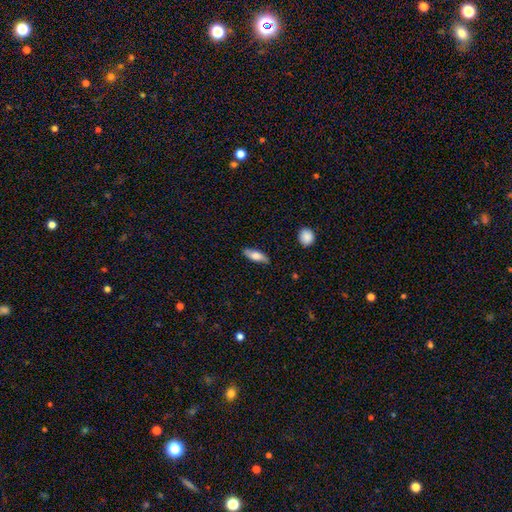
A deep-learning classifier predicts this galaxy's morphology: Smooth or featured: smooth — 70% (featured or disk — 24%)
How rounded: in between — 64% (cigar-shaped — 33%)
Merging: none — 83% (minor disturbance — 14%)